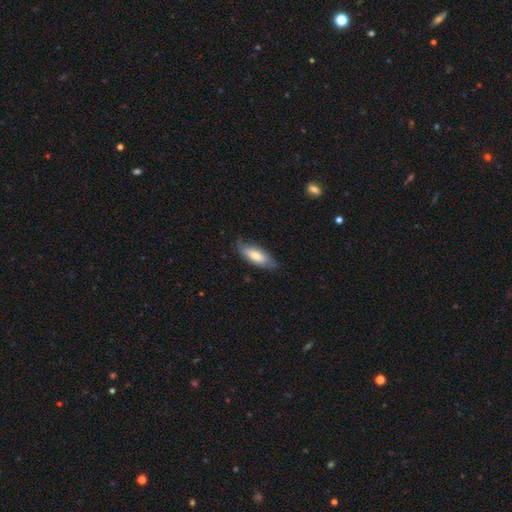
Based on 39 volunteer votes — Smooth or featured? smooth (85%)
How rounded? in between (79%)
Merging? none (66%)